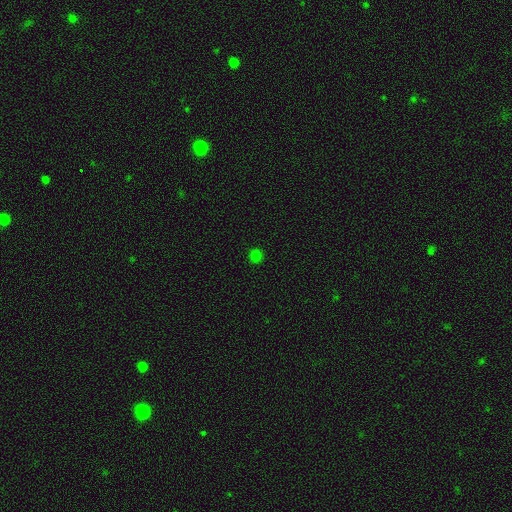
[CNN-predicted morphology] smooth-or-featured: smooth: 79% | star or artifact: 18% | featured or disk: 3%
  how-rounded: round: 93% | in between: 6% | cigar-shaped: 1%
  merging: none: 92% | minor disturbance: 5% | major disturbance: 2% | merger: 1%